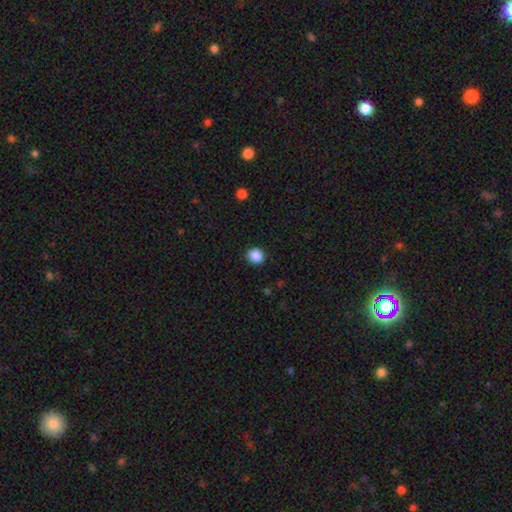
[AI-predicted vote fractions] A smooth galaxy with no disk features (87%) that is round (82%). Merging: none (92%).